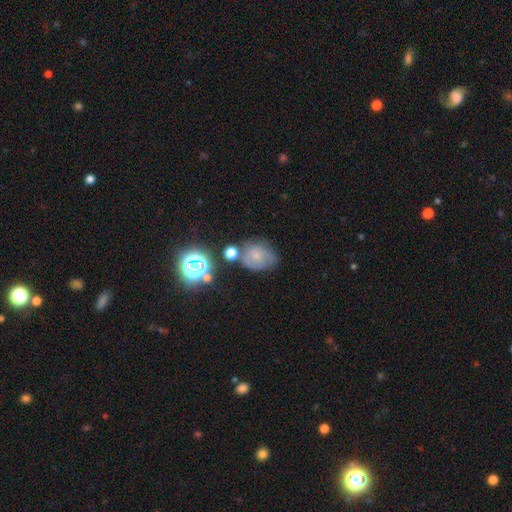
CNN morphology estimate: A smooth galaxy with no disk features (49%).

Vote fractions:
- Smooth or featured? smooth: 49% / featured or disk: 32% / star or artifact: 18%
- Merging? none: 50% / minor disturbance: 25% / major disturbance: 13% / merger: 12%